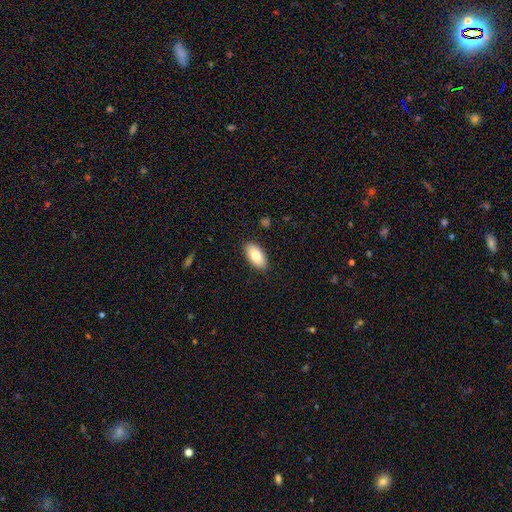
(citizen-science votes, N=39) Smooth or featured? smooth (87%)
How rounded? in between (97%)
Merging? none (95%)